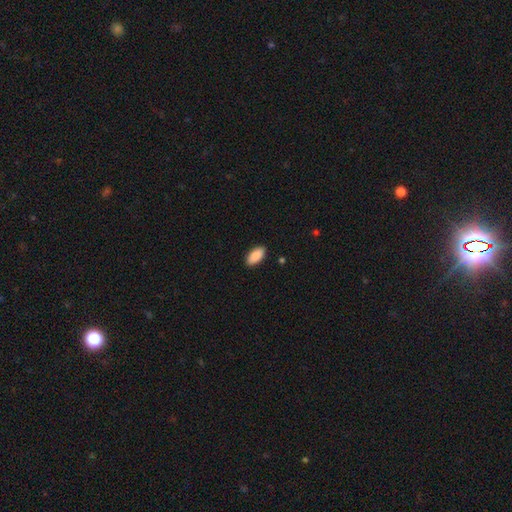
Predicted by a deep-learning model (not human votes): smooth_or_featured: smooth (p=0.90) [alt: star or artifact p=0.06]
how_rounded: in between (p=0.93) [alt: cigar-shaped p=0.05]
merging: none (p=0.90) [alt: minor disturbance p=0.07]